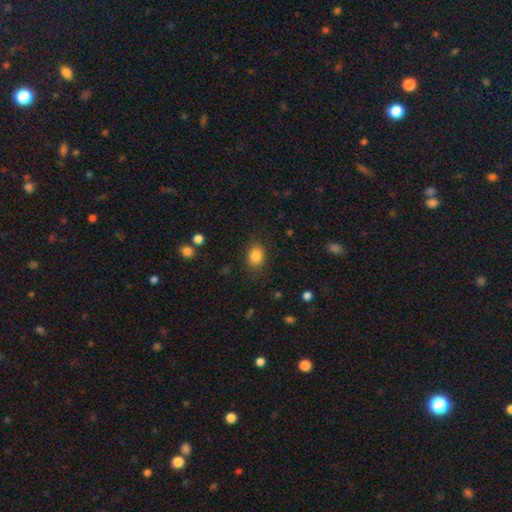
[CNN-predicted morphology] smooth_or_featured: smooth (p=0.84) [alt: star or artifact p=0.10]
how_rounded: in between (p=0.59) [alt: round p=0.40]
merging: none (p=0.84) [alt: minor disturbance p=0.11]